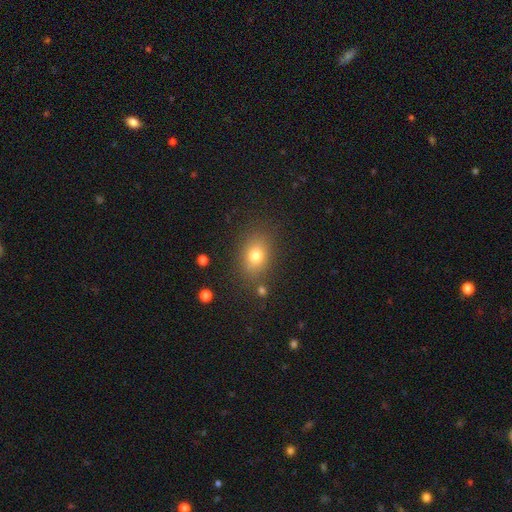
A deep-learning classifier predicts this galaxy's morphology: Smooth or featured: smooth — 76% (star or artifact — 13%)
How rounded: in between — 66% (round — 33%)
Merging: none — 80% (minor disturbance — 12%)